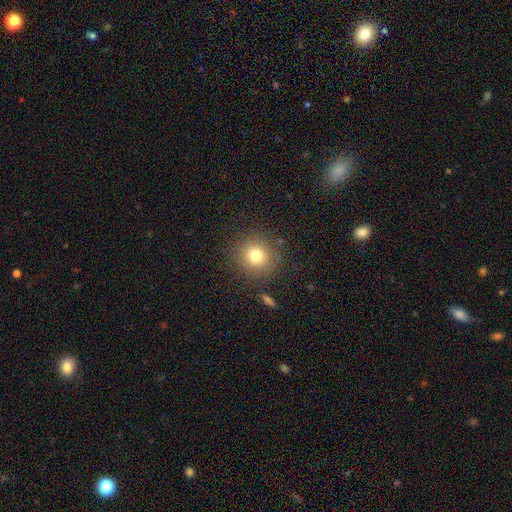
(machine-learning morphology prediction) smooth_or_featured: smooth (p=0.78) [alt: star or artifact p=0.13]
how_rounded: round (p=0.92) [alt: in between p=0.07]
merging: none (p=0.87) [alt: minor disturbance p=0.08]